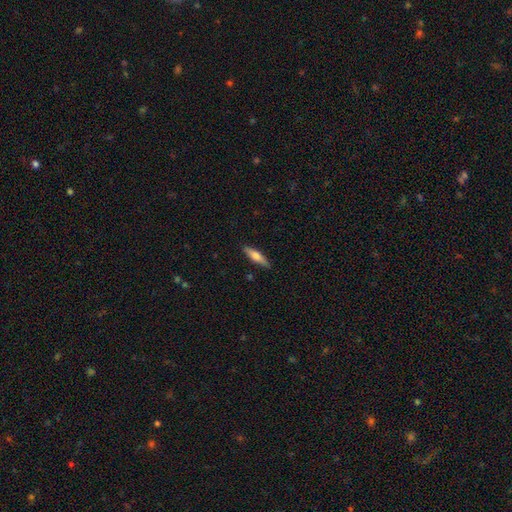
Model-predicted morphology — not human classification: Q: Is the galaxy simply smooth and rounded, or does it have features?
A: smooth — 56%.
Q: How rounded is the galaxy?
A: cigar-shaped — 73%.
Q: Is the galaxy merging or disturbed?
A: none — 88%.